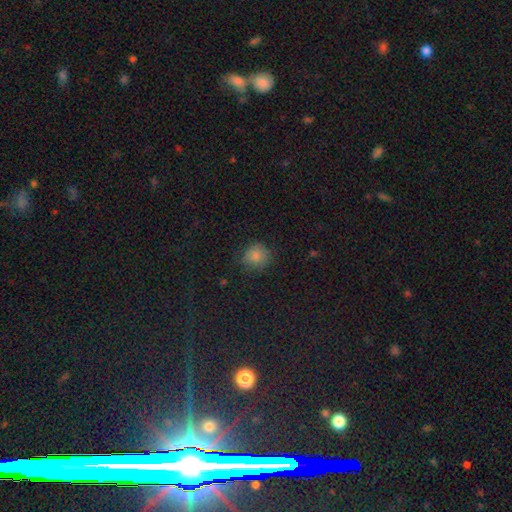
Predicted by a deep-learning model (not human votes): smooth-or-featured: smooth: 80% | star or artifact: 13% | featured or disk: 6%
  how-rounded: round: 86% | in between: 14% | cigar-shaped: 1%
  merging: none: 75% | minor disturbance: 19% | major disturbance: 5% | merger: 1%